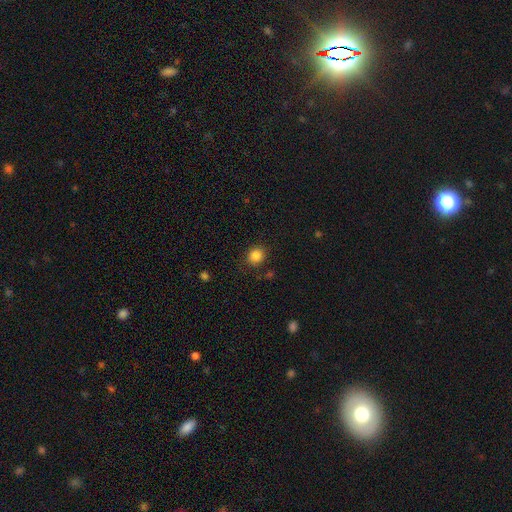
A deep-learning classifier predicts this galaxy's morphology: smooth_or_featured: smooth (p=0.85) [alt: star or artifact p=0.11]
how_rounded: round (p=0.78) [alt: in between p=0.21]
merging: none (p=0.85) [alt: minor disturbance p=0.10]